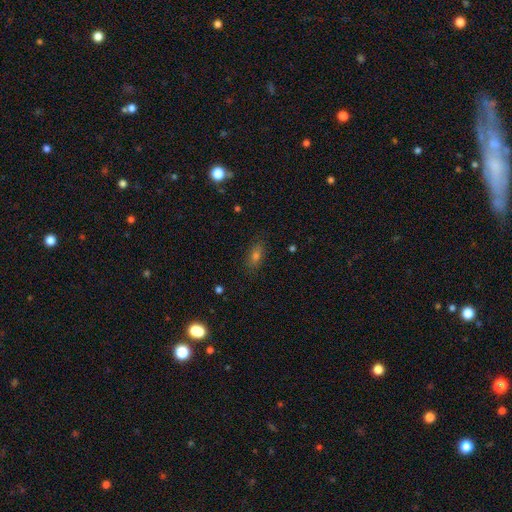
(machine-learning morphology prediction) Overall: smooth (63%). How rounded: in between (74%). Merging: none (85%).